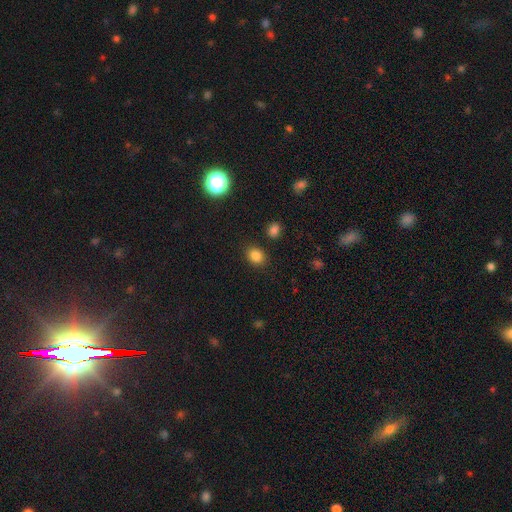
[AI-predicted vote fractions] The model was most divided on "how rounded": round: 60%, in between: 39%, cigar-shaped: 1%. More confident: merging — none (86%); smooth or featured — smooth (83%).